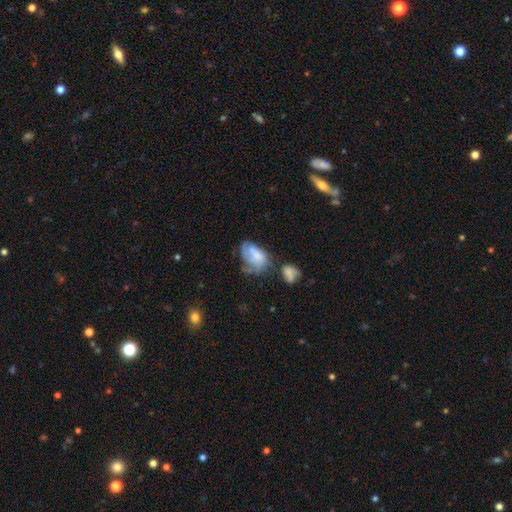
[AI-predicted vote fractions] Q: Smooth or featured?
A: smooth (58%); runner-up: featured or disk (32%)
Q: How rounded?
A: in between (86%); runner-up: round (12%)
Q: Merging?
A: major disturbance (29%); runner-up: minor disturbance (26%)